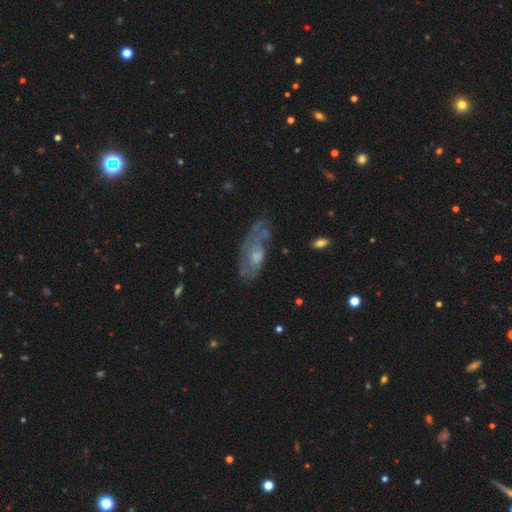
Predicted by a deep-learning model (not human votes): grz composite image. It shows a featured or disk galaxy (58%). Merging: none (56%).